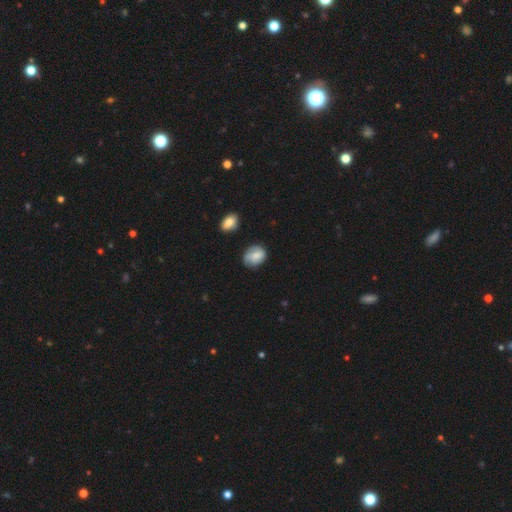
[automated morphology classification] smooth 57%, featured or disk 35%, star or artifact 8%. Down the decision tree: how rounded — round (52%); merging — none (60%).